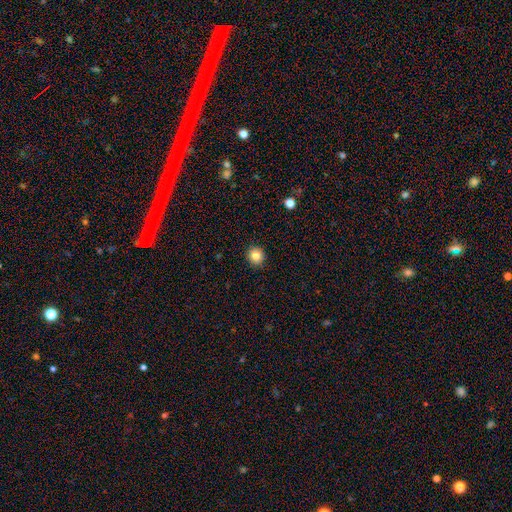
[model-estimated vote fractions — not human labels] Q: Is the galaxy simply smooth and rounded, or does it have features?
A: smooth — 83%.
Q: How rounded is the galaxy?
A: round — 92%.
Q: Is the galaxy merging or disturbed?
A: none — 92%.